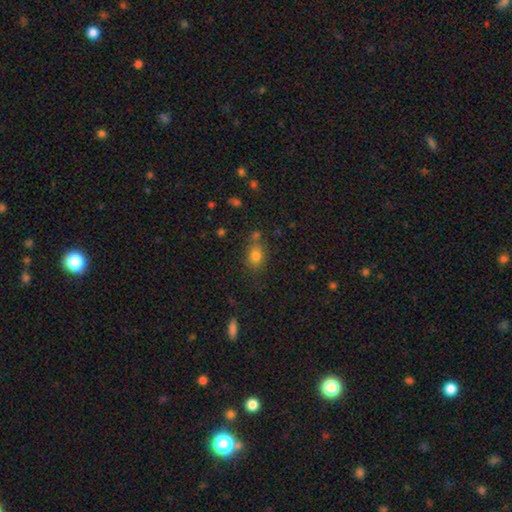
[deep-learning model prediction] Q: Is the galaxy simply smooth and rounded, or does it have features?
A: smooth — 79%.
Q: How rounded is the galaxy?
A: in between — 63%.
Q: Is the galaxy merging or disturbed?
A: none — 67%.